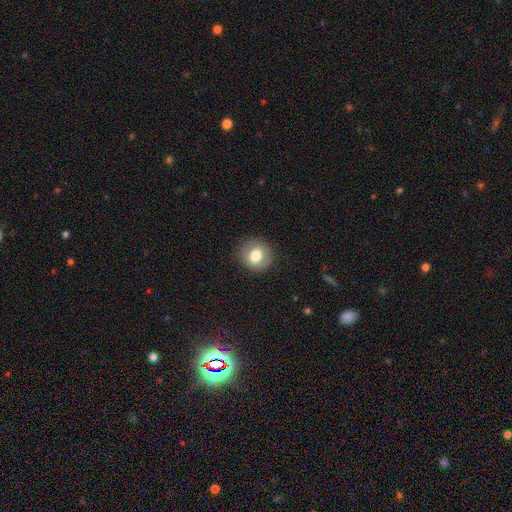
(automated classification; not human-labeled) This appears to be a smooth galaxy with no disk features (73%) that is round (86%). Merging: none (87%).